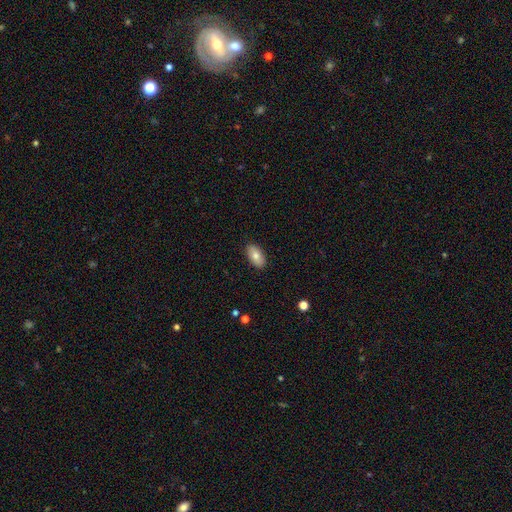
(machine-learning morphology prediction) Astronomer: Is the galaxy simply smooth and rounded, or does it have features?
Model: smooth — 77%.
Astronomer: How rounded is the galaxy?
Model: in between — 93%.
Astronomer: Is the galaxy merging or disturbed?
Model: none — 89%.